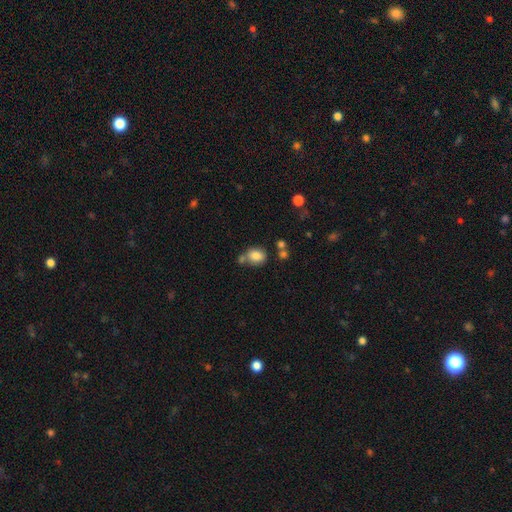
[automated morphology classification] smooth 82%, star or artifact 10%, featured or disk 8%. Down the decision tree: how rounded — round (52%); merging — none (57%).